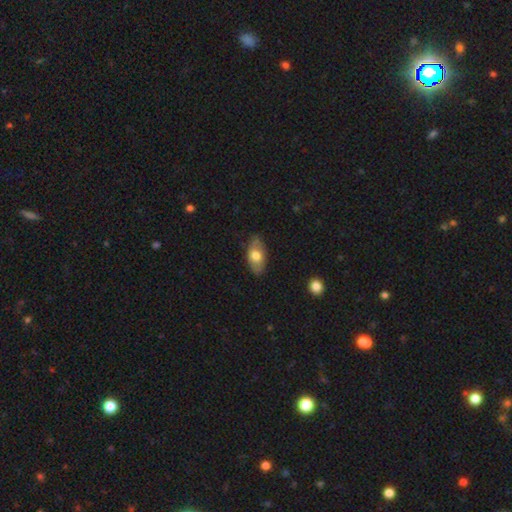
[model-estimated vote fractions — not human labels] This appears to be a smooth galaxy with no disk features (65%) that is in between round and cigar-shaped (90%). Merging: none (76%).